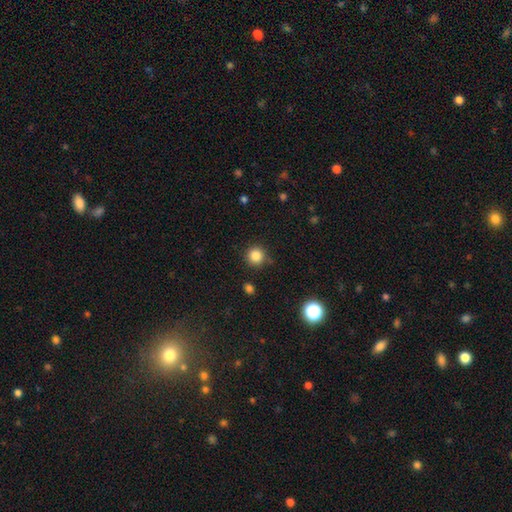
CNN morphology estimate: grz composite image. It shows a smooth galaxy with no disk features (84%) that is round (94%). Merging: none (87%).